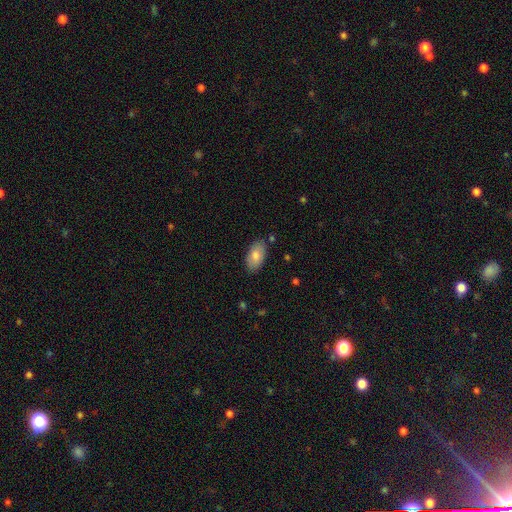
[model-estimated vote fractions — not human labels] Overall: smooth (81%). How rounded: in between (95%). Merging: none (83%).